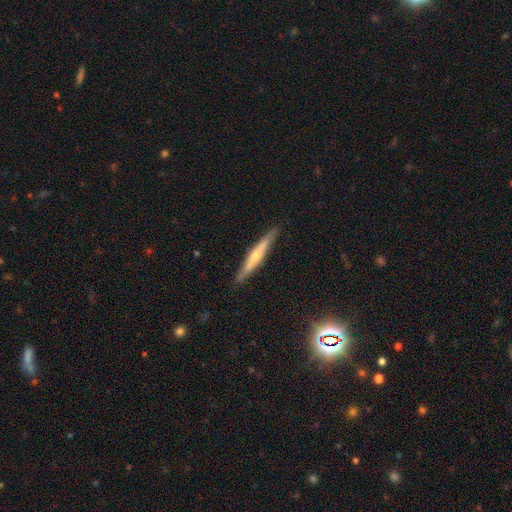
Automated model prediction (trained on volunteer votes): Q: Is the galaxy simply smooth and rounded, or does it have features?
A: featured or disk — 61%.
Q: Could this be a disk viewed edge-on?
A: yes — 94%.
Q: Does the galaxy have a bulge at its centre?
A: rounded — 75%.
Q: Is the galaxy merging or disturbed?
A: none — 88%.